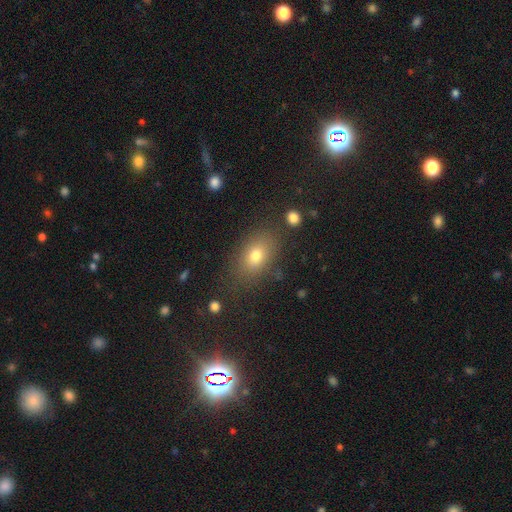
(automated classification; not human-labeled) A smooth galaxy with no disk features (74%) that is in between round and cigar-shaped (77%). Merging: none (80%).